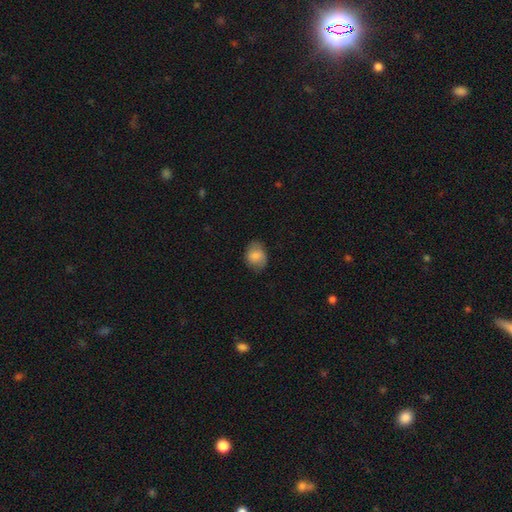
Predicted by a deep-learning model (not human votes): Overall: smooth (79%). How rounded: in between (56%; round 43%). Merging: none (68%).